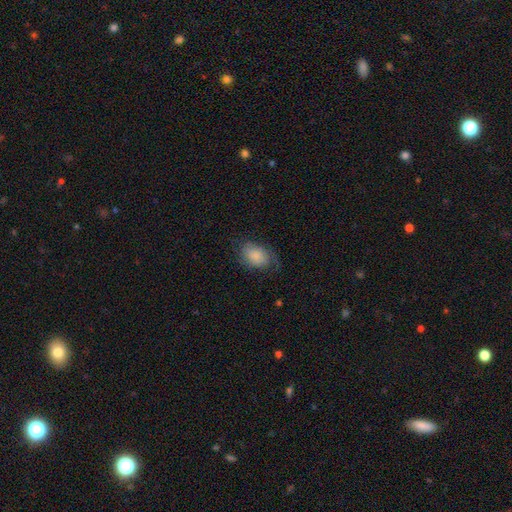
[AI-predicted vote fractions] Smooth or featured: smooth — 79% (featured or disk — 14%)
How rounded: in between — 84% (round — 15%)
Merging: none — 60% (minor disturbance — 26%)